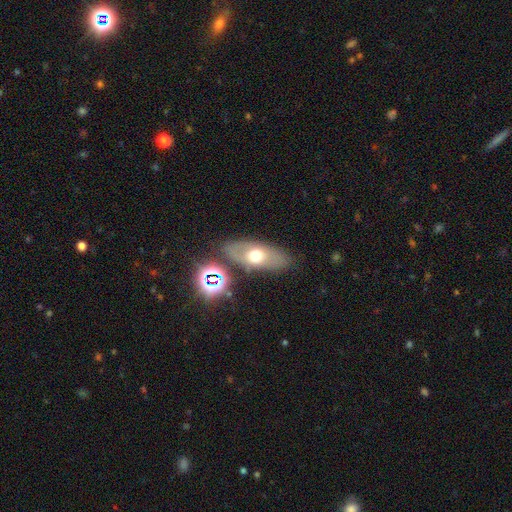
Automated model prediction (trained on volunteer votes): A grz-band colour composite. It shows a smooth galaxy with no disk features (51%) that is in between round and cigar-shaped (83%). Merging: none (77%).